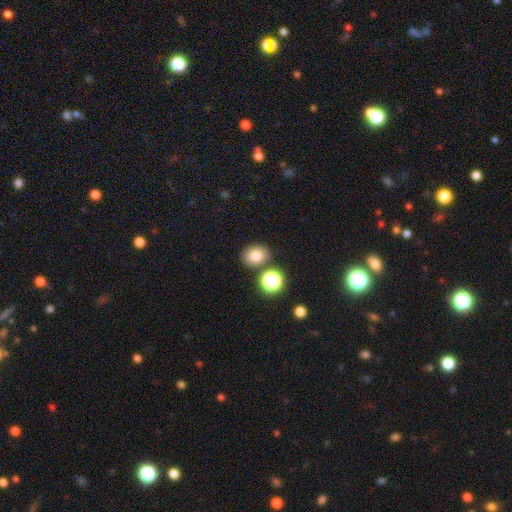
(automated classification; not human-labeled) The model was most divided on "how rounded": in between: 51%, round: 48%, cigar-shaped: 1%. More confident: merging — none (79%); smooth or featured — smooth (78%).